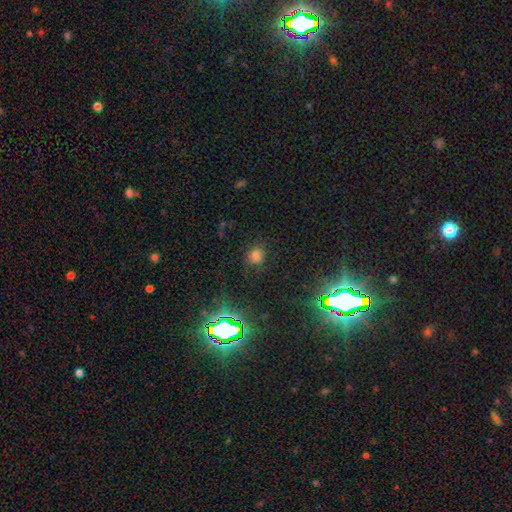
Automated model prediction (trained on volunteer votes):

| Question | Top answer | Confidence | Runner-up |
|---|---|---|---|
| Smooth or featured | smooth | 67% | star or artifact (26%) |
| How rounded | round | 76% | in between (22%) |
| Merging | none | 75% | minor disturbance (15%) |